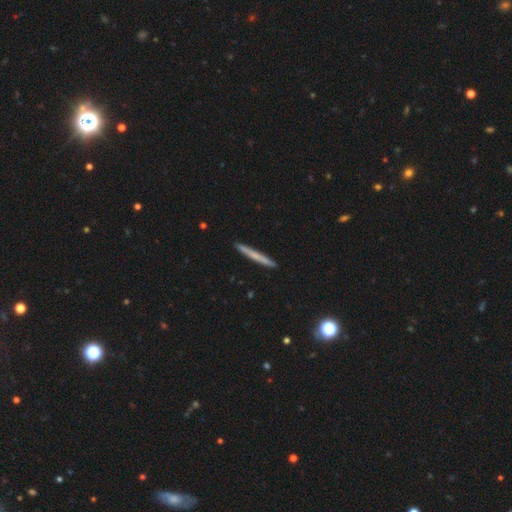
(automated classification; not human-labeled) smooth_or_featured: smooth (p=0.60) [alt: featured or disk p=0.34]
how_rounded: cigar-shaped (p=0.97) [alt: in between p=0.02]
merging: none (p=0.92) [alt: minor disturbance p=0.06]